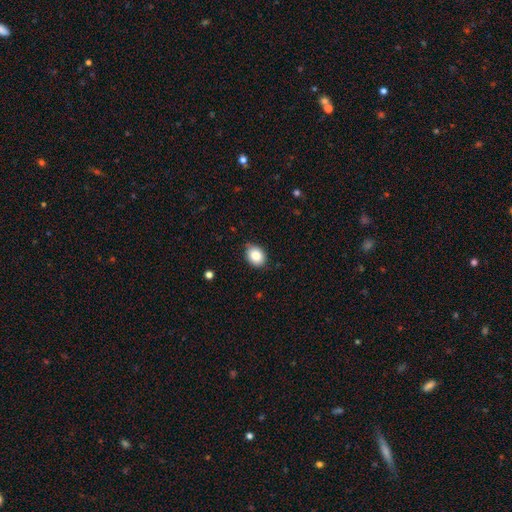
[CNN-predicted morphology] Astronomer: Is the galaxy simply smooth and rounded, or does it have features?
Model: smooth — 85%.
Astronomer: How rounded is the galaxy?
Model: in between — 54% (runner-up: round, 45%).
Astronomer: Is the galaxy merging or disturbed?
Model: none — 78%.